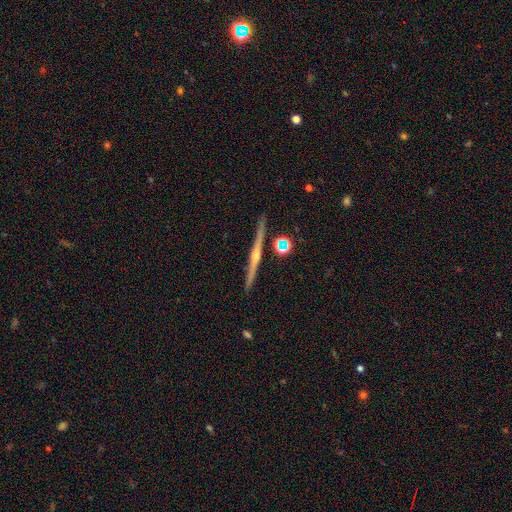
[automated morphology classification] Q: Smooth or featured?
A: featured or disk (80%); runner-up: smooth (12%)
Q: Edge-on disk?
A: yes (98%); runner-up: no (2%)
Q: Edge-on bulge?
A: rounded (86%); runner-up: none (9%)
Q: Merging?
A: none (90%); runner-up: minor disturbance (6%)